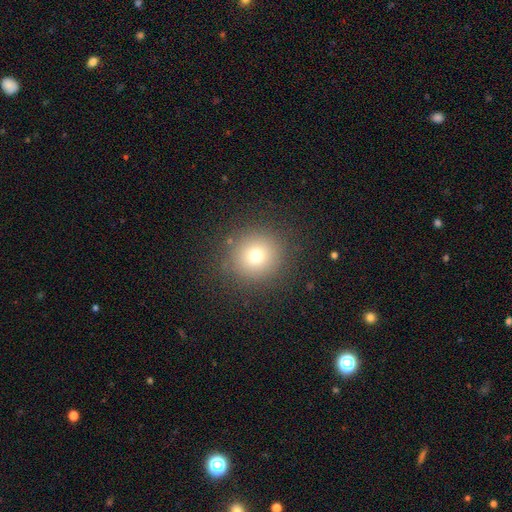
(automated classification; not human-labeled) Morphology: type=smooth (72%); roundness=round (93%); merging=none (88%).